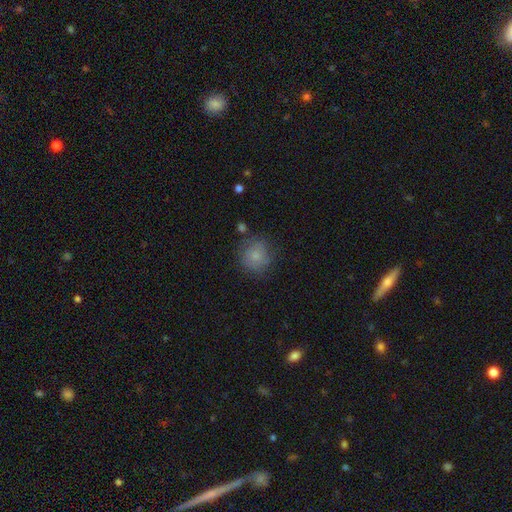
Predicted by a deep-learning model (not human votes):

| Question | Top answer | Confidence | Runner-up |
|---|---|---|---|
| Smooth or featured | smooth | 77% | featured or disk (14%) |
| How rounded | round | 89% | in between (10%) |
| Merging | none | 71% | minor disturbance (19%) |